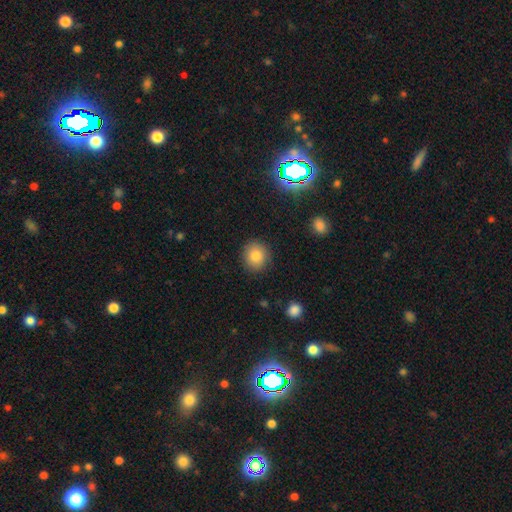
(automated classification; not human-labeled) Q: Smooth or featured?
A: smooth (82%); runner-up: star or artifact (10%)
Q: How rounded?
A: round (84%); runner-up: in between (15%)
Q: Merging?
A: none (88%); runner-up: minor disturbance (8%)